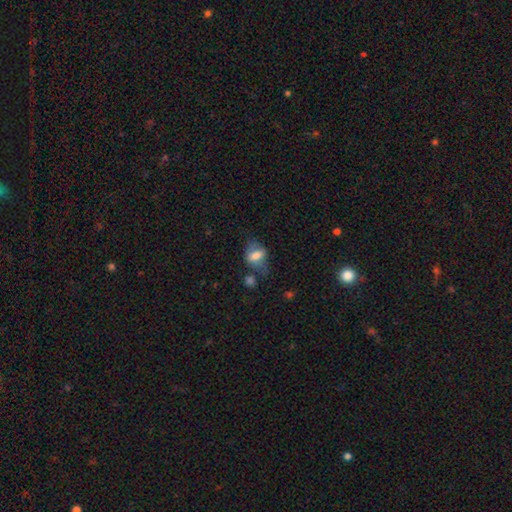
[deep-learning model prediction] Overall: smooth (61%; featured or disk 30%). How rounded: in between (77%). Merging: none (46%; minor disturbance 27%).